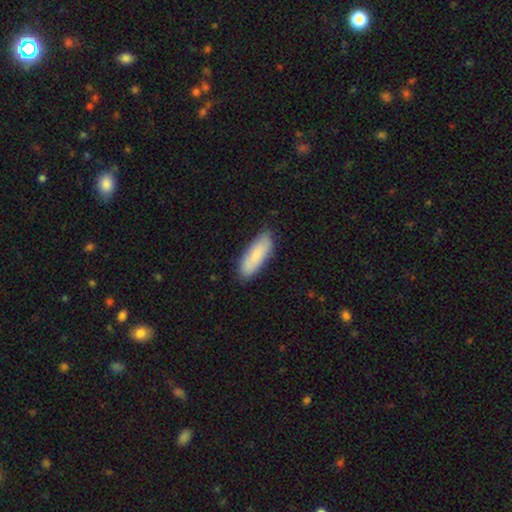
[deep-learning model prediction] smooth 84%, featured or disk 11%, star or artifact 6%. Down the decision tree: how rounded — in between (61%); merging — none (83%).